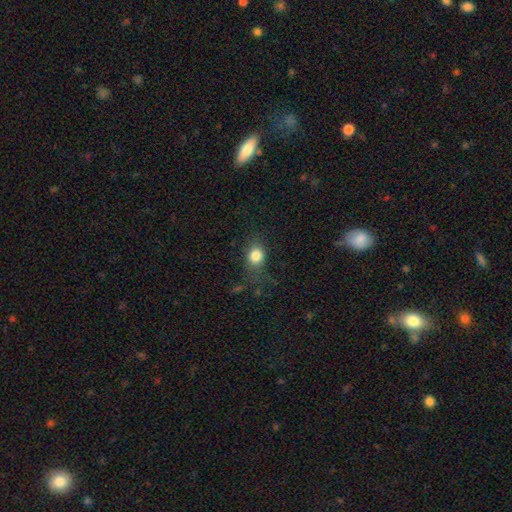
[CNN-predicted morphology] A smooth galaxy with no disk features (81%) that is round (52%).

Vote fractions:
- Smooth or featured? smooth: 81% / star or artifact: 10% / featured or disk: 8%
- How rounded? round: 52% / in between: 46% / cigar-shaped: 2%
- Merging? none: 64% / minor disturbance: 22% / major disturbance: 12% / merger: 2%